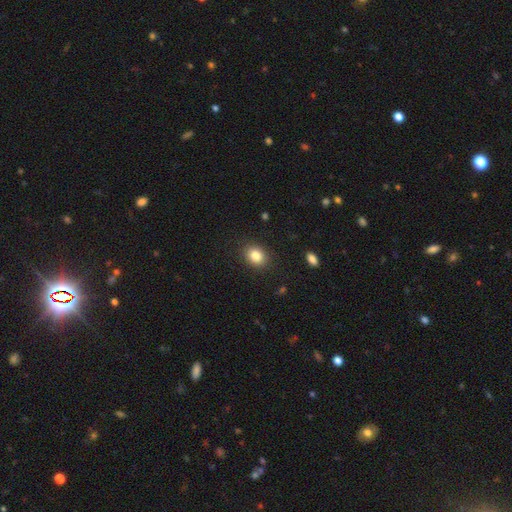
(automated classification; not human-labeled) Overall: smooth (85%). How rounded: in between (54%; round 45%). Merging: none (88%).